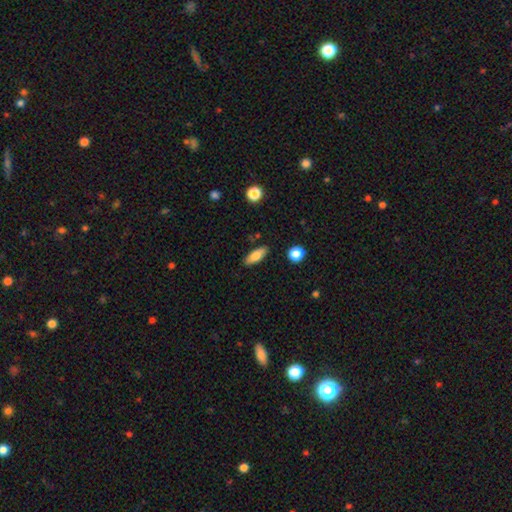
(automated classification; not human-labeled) Smooth or featured? Predicted: smooth (p=0.76). How rounded? Predicted: in between (p=0.71). Merging? Predicted: none (p=0.86).